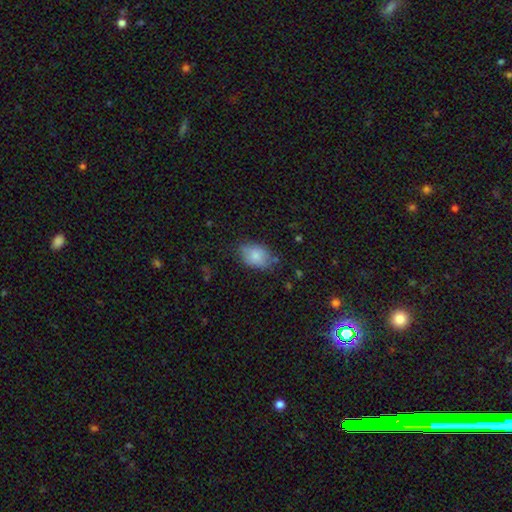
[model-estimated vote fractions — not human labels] The model was most divided on "merging": none: 66%, minor disturbance: 25%, major disturbance: 6%, merger: 2%. More confident: smooth or featured — smooth (80%); how rounded — in between (80%).